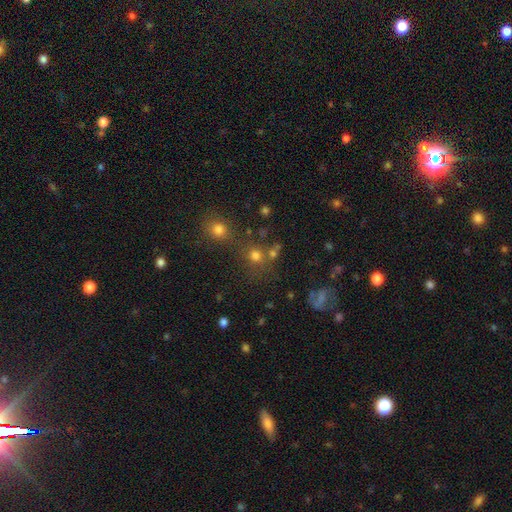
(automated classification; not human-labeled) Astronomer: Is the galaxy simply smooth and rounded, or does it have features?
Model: smooth — 72%.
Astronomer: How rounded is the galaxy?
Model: round — 87%.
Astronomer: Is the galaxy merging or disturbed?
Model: none — 60%.